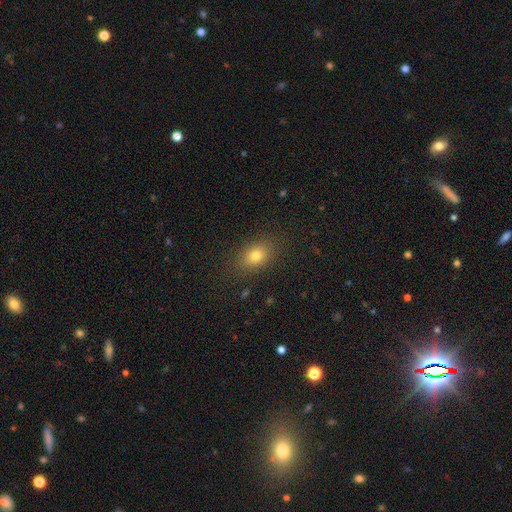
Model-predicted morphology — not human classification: A smooth galaxy with no disk features (78%) that is in between round and cigar-shaped (74%). Merging: none (85%).